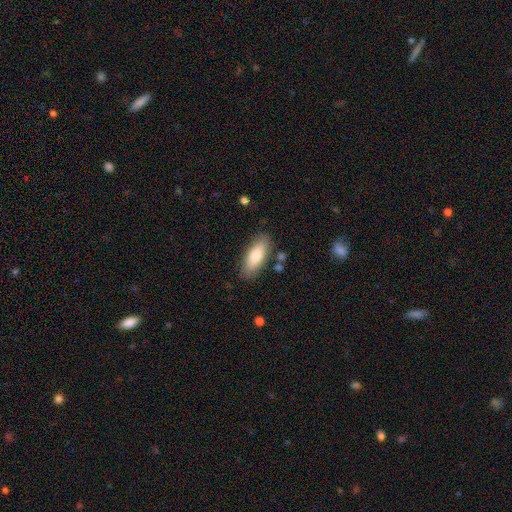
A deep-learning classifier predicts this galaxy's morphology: The model was most divided on "how rounded": in between: 76%, cigar-shaped: 21%, round: 2%. More confident: merging — none (83%); smooth or featured — smooth (76%).